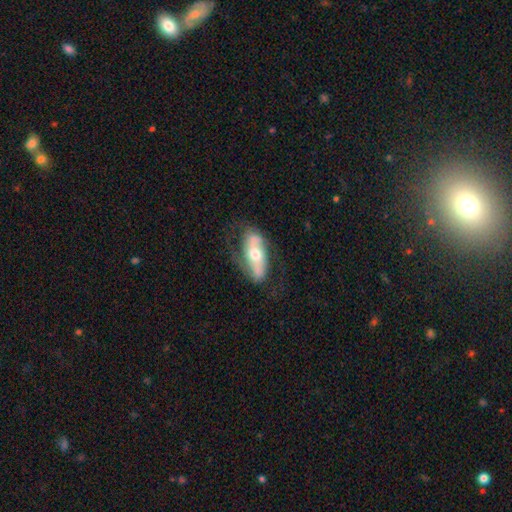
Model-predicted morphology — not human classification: This is possibly a featured or disk galaxy (58%). It is clearly not viewed edge-on (82%). Merging: likely none (64%).